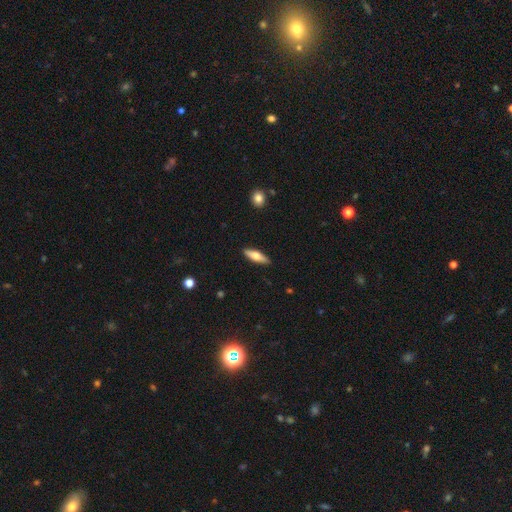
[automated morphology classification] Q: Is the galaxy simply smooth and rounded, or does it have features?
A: smooth — 57%.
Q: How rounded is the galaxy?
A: cigar-shaped — 57%.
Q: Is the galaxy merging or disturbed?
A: none — 90%.